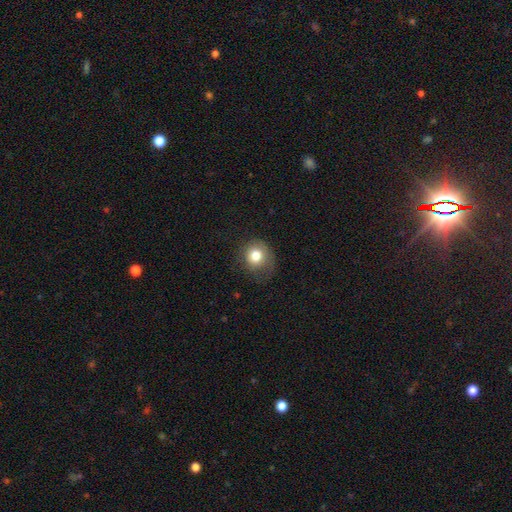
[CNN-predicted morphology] A smooth galaxy with no disk features (78%) that is round (82%).

Vote fractions:
- Smooth or featured? smooth: 78% / featured or disk: 12% / star or artifact: 11%
- How rounded? round: 82% / in between: 17% / cigar-shaped: 1%
- Merging? none: 61% / minor disturbance: 25% / major disturbance: 13% / merger: 1%